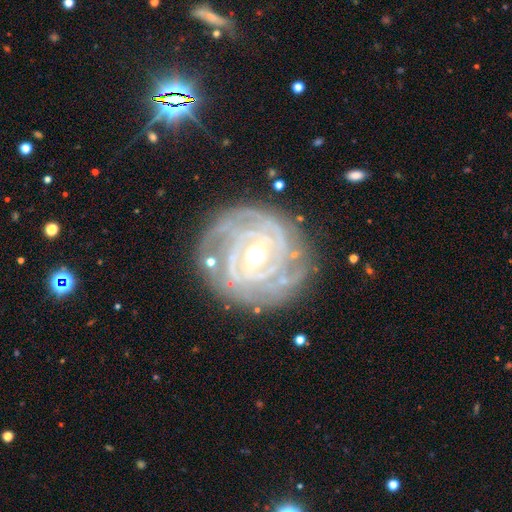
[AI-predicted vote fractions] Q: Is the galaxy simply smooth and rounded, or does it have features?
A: featured or disk — 90%.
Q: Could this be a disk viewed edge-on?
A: no — 97%.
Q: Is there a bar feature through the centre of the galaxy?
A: weak — 41%.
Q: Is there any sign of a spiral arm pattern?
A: yes — 97%.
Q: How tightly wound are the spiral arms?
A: tight — 81%.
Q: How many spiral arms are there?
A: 3 — 27%.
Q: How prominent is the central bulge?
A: moderate — 66%.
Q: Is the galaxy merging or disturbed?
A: none — 79%.